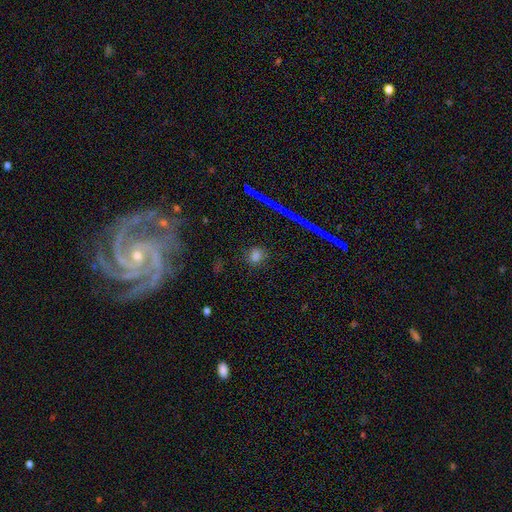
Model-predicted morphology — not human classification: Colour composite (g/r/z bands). It shows a smooth galaxy with no disk features (67%) that is round (75%). Merging: none (82%).